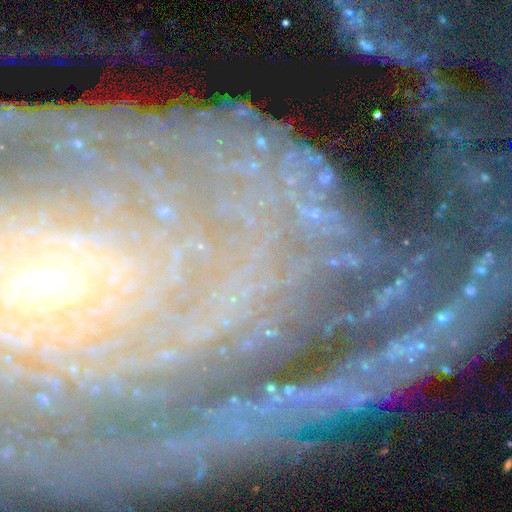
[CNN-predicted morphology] smooth_or_featured: featured or disk (p=0.61) [alt: star or artifact p=0.29]
disk_edge_on: no (p=0.89) [alt: yes p=0.11]
bar: no (p=0.64) [alt: weak p=0.21]
has_spiral_arms: yes (p=0.79) [alt: no p=0.21]
bulge_size: small (p=0.64) [alt: moderate p=0.22]
merging: none (p=0.60) [alt: major disturbance p=0.18]